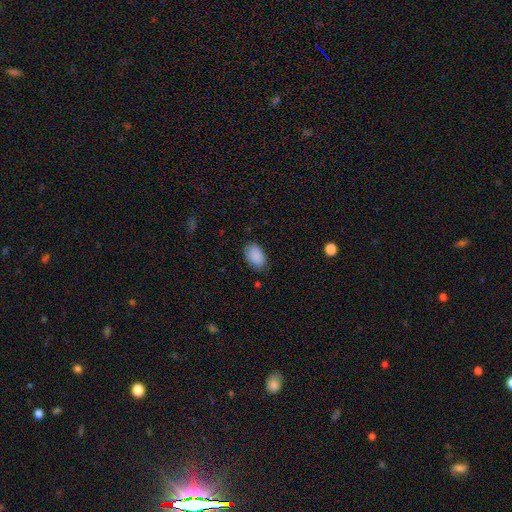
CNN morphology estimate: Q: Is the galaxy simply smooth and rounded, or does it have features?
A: smooth — 90%.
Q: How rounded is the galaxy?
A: in between — 89%.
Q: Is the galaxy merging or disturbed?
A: none — 78%.